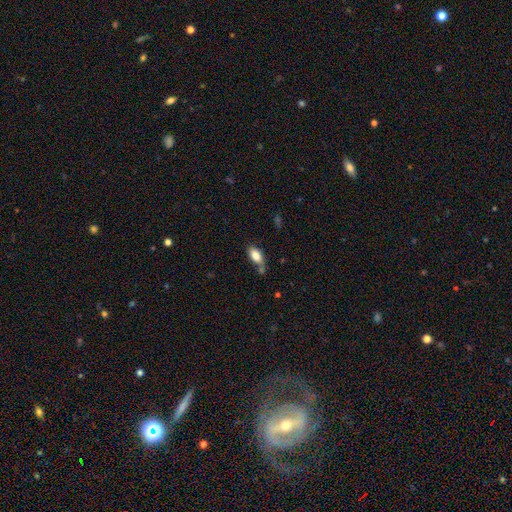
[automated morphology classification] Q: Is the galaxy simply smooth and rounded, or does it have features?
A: smooth — 81%.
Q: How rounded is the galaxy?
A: in between — 88%.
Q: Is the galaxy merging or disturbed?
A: none — 57%.